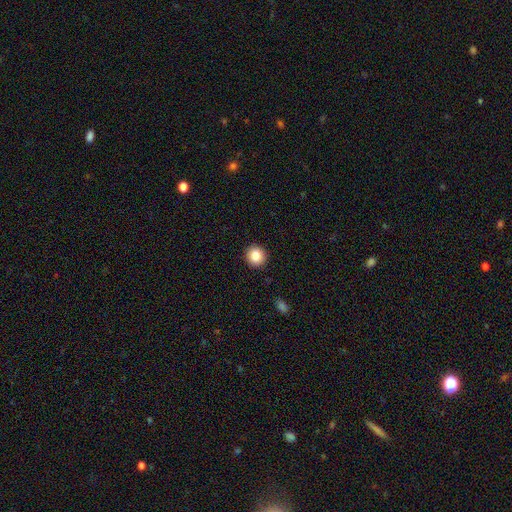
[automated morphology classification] Smooth or featured? Predicted: smooth (p=0.85). How rounded? Predicted: round (p=0.92). Merging? Predicted: none (p=0.92).